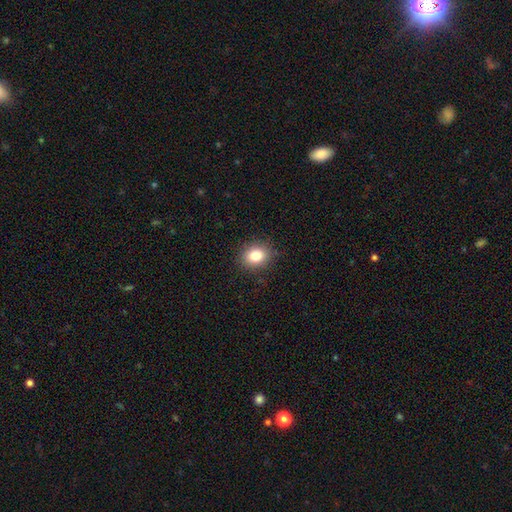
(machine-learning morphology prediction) type=smooth (82%); roundness=round (53%); merging=none (88%).